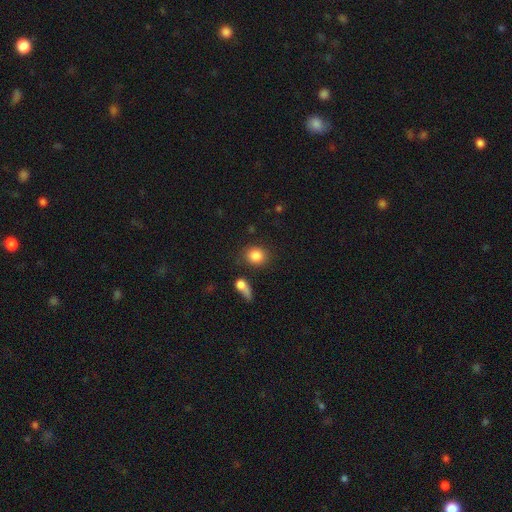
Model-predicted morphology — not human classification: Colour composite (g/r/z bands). It shows a smooth galaxy with no disk features (85%) that is round (75%). Merging: none (76%).